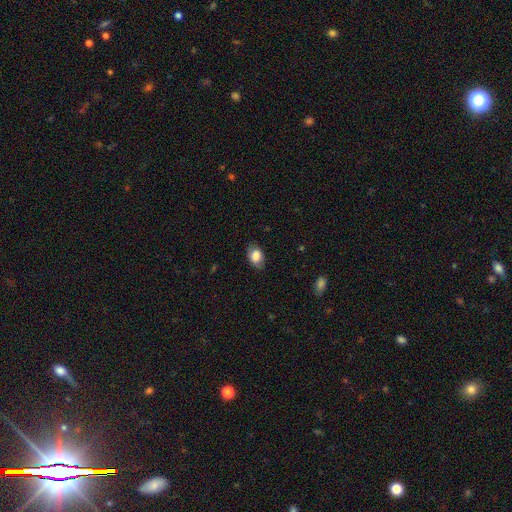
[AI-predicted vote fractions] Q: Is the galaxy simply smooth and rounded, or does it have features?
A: smooth — 79%.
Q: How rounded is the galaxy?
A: in between — 82%.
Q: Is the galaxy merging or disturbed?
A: none — 77%.